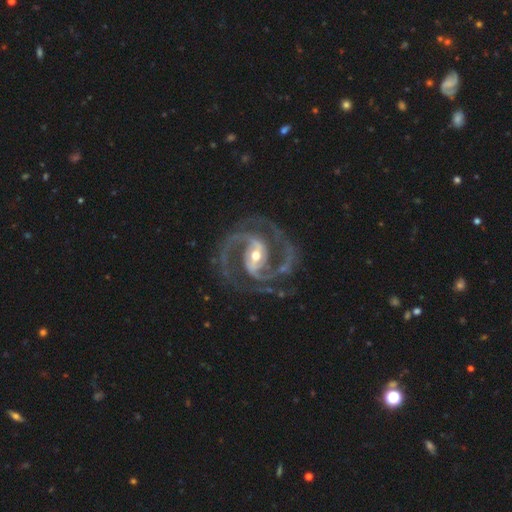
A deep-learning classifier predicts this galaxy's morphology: smooth-or-featured: featured or disk: 94% | star or artifact: 4% | smooth: 2%
  disk-edge-on: no: 98% | yes: 2%
    bar: strong: 45% | weak: 38% | no: 17%
    has-spiral-arms: yes: 99% | no: 1%
      spiral-winding: medium: 62% | tight: 29% | loose: 9%
      spiral-arm-count: 2: 84% | 3: 9% | can't tell: 2% | 4: 2% | 1: 2% | more than 4: 2%
    bulge-size: moderate: 60% | small: 33% | large: 5% | none: 1% | dominant: 1%
  merging: none: 78% | minor disturbance: 13% | major disturbance: 7% | merger: 1%